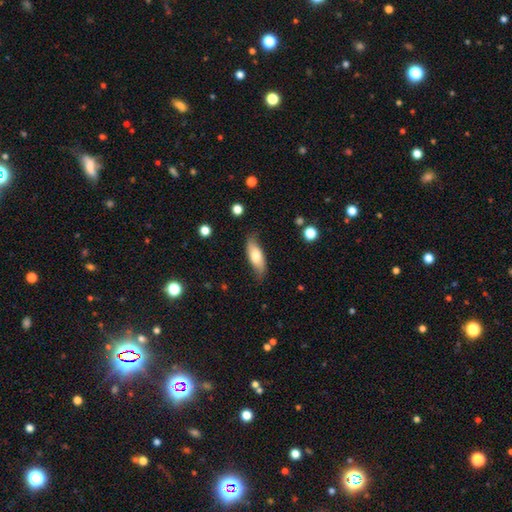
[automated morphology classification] Overall: smooth (65%; featured or disk 29%). How rounded: in between (72%). Merging: none (72%).